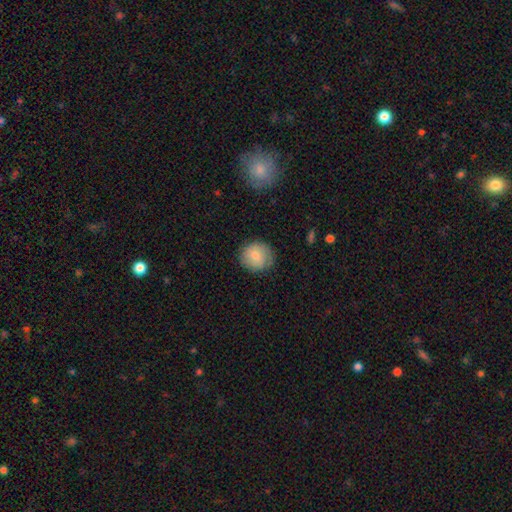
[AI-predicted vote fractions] Smooth or featured? Predicted: smooth (p=0.77). How rounded? Predicted: round (p=0.86). Merging? Predicted: none (p=0.81).